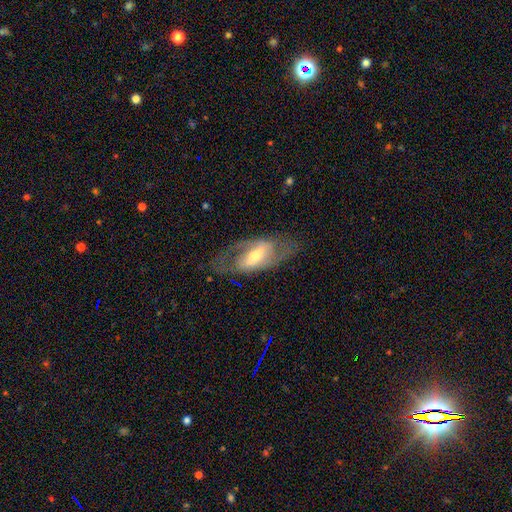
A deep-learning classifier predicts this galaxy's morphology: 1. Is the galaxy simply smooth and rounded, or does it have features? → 78% featured or disk, 16% smooth, 5% star or artifact.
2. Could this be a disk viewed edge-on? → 90% no, 10% yes.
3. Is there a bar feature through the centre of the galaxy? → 49% strong, 36% weak, 15% no.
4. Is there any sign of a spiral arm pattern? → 80% yes, 20% no.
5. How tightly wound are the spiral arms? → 50% medium, 29% loose, 21% tight.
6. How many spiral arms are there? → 84% 2, 10% can't tell, 3% 1, 1% 3, 1% 4, 1% more than 4.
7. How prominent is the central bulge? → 57% moderate, 32% small, 8% large, 1% none, 1% dominant.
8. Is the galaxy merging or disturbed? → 71% none, 16% minor disturbance, 12% major disturbance, 1% merger.